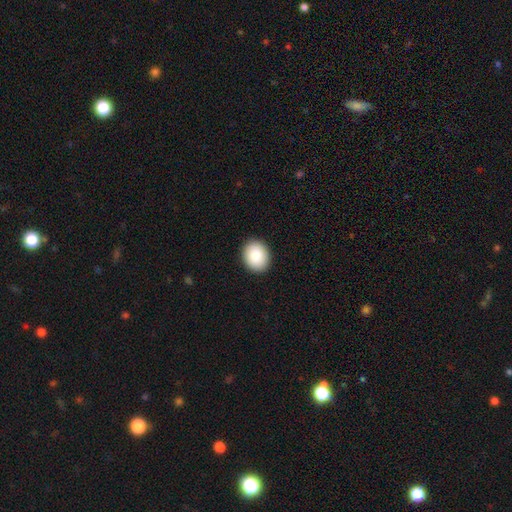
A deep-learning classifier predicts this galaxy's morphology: Q: Smooth or featured?
A: smooth (87%); runner-up: star or artifact (7%)
Q: How rounded?
A: round (52%); runner-up: in between (48%)
Q: Merging?
A: none (91%); runner-up: minor disturbance (6%)